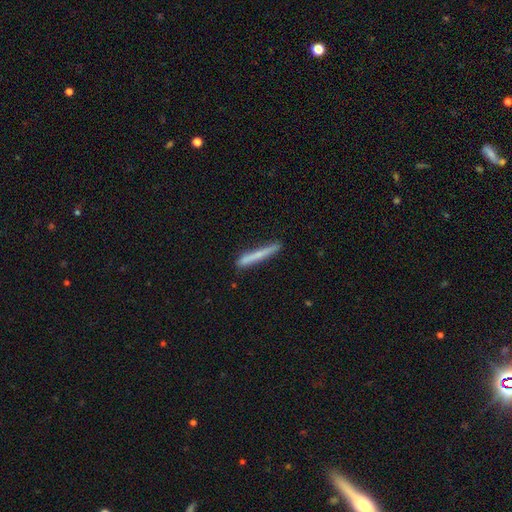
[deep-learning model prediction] Smooth or featured?
  - smooth: 61% *
  - featured or disk: 33%
  - star or artifact: 6%
How rounded?
  - cigar-shaped: 96% *
  - in between: 2%
  - round: 1%
Merging?
  - none: 85% *
  - minor disturbance: 11%
  - major disturbance: 2%
  - merger: 2%